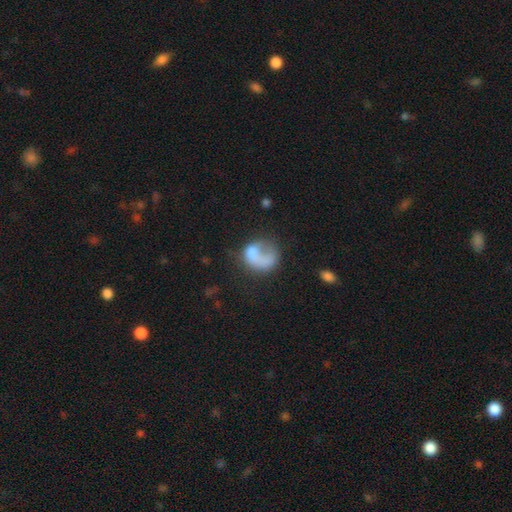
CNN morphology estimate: Smooth or featured?
  - smooth: 58% *
  - featured or disk: 33%
  - star or artifact: 9%
How rounded?
  - round: 59% *
  - in between: 40%
  - cigar-shaped: 1%
Merging?
  - major disturbance: 44% *
  - none: 29%
  - minor disturbance: 17%
  - merger: 10%